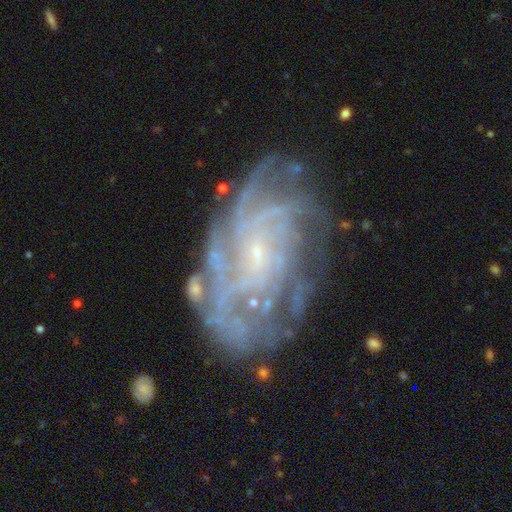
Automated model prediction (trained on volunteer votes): smooth-or-featured: featured or disk: 85% | star or artifact: 8% | smooth: 8%
  disk-edge-on: no: 96% | yes: 4%
    bar: no: 68% | weak: 26% | strong: 6%
    has-spiral-arms: yes: 94% | no: 6%
      spiral-winding: tight: 66% | medium: 26% | loose: 8%
      spiral-arm-count: can't tell: 34% | more than 4: 21% | 4: 19% | 3: 11% | 2: 9% | 1: 7%
    bulge-size: small: 82% | moderate: 10% | none: 7% | large: 1% | dominant: 1%
  merging: none: 70% | minor disturbance: 18% | major disturbance: 9% | merger: 2%